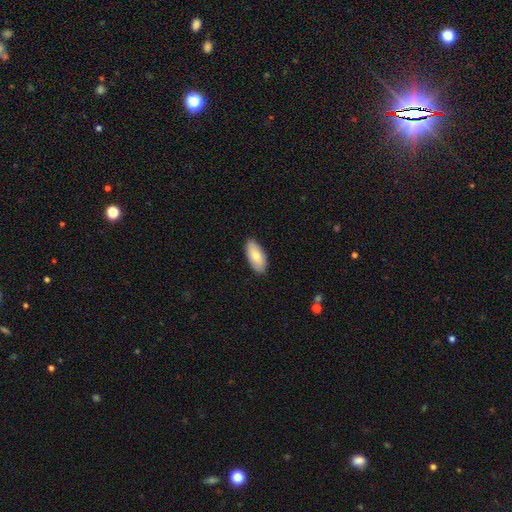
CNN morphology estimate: A smooth galaxy with no disk features (73%) that is in between round and cigar-shaped (91%).

Vote fractions:
- Smooth or featured? smooth: 73% / featured or disk: 21% / star or artifact: 6%
- How rounded? in between: 91% / cigar-shaped: 7% / round: 2%
- Merging? none: 88% / minor disturbance: 9% / major disturbance: 2% / merger: 1%